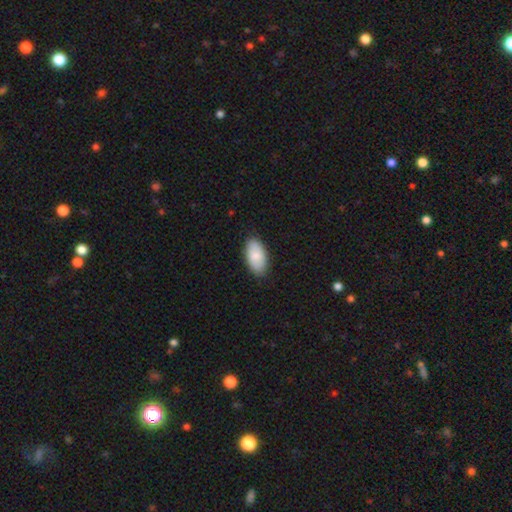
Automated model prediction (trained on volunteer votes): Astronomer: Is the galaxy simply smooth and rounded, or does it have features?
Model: smooth — 84%.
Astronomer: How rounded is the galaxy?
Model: in between — 95%.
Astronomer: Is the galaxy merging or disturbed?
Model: none — 85%.